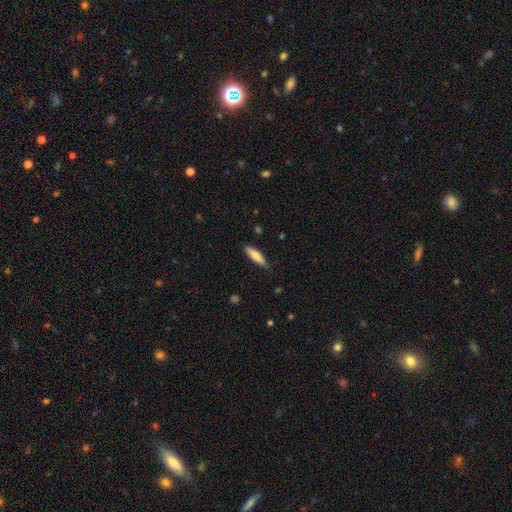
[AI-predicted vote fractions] smooth_or_featured: smooth (p=0.71) [alt: featured or disk p=0.23]
how_rounded: cigar-shaped (p=0.74) [alt: in between p=0.25]
merging: none (p=0.86) [alt: minor disturbance p=0.11]